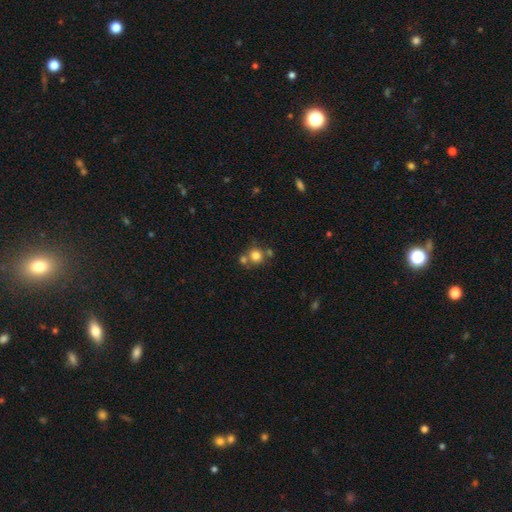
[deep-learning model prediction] This appears to be a smooth galaxy with no disk features (79%) that is round (87%). Merging: none (59%).